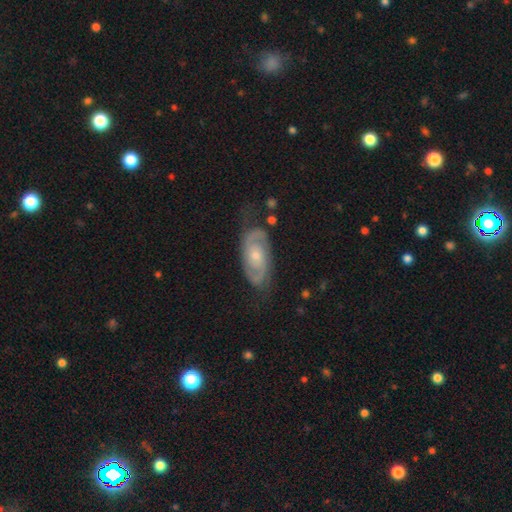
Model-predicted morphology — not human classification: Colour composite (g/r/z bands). It shows a featured or disk galaxy (85%) with no bar (69%), 2 (88%) medium (44%) spiral arms (95%) and a small central bulge (58%). Merging: none (72%).